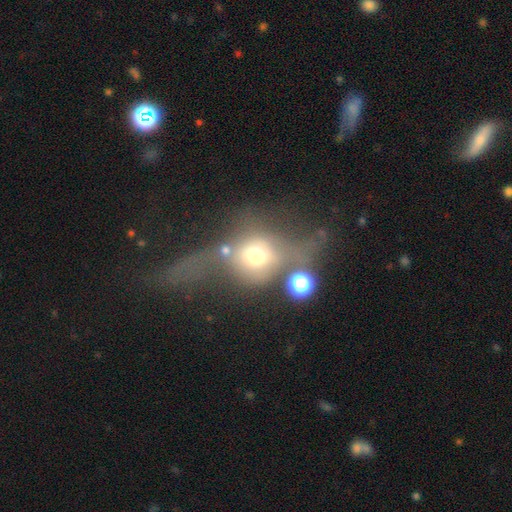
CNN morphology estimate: smooth_or_featured: featured or disk (p=0.44) [alt: smooth p=0.41]
merging: major disturbance (p=0.42) [alt: none p=0.26]